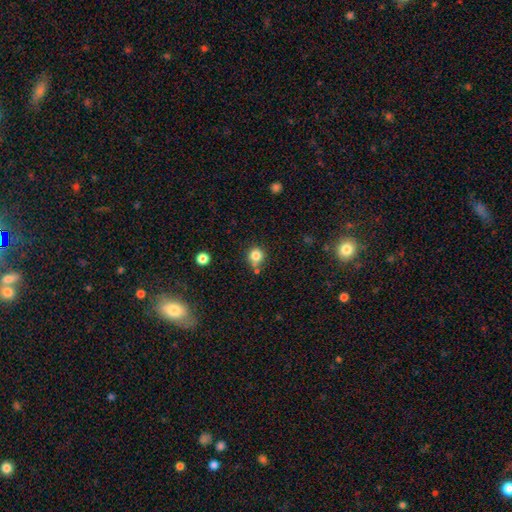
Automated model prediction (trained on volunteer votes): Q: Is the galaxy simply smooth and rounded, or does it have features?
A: smooth — 82%.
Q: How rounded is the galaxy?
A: round — 90%.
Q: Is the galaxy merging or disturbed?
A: none — 70%.